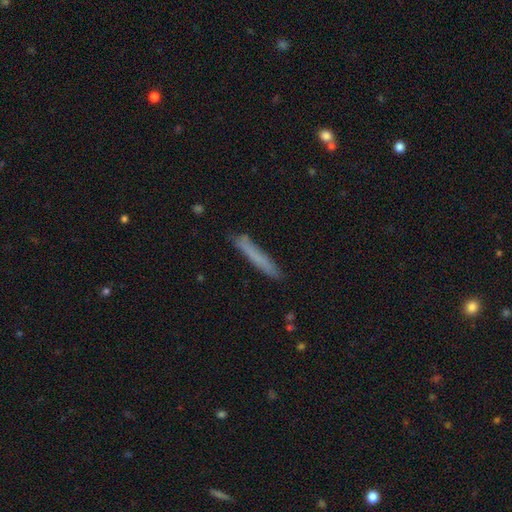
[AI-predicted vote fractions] The model was most divided on "smooth or featured": smooth: 71%, featured or disk: 22%, star or artifact: 7%. More confident: how rounded — cigar-shaped (96%); merging — none (86%).